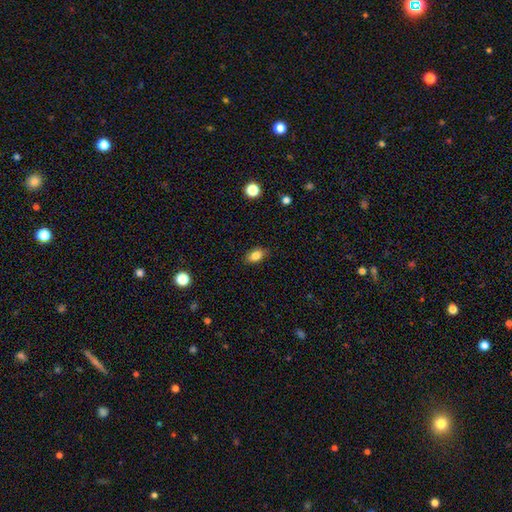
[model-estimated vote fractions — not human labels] smooth_or_featured: smooth (p=0.83) [alt: star or artifact p=0.09]
how_rounded: in between (p=0.84) [alt: round p=0.14]
merging: none (p=0.86) [alt: minor disturbance p=0.11]